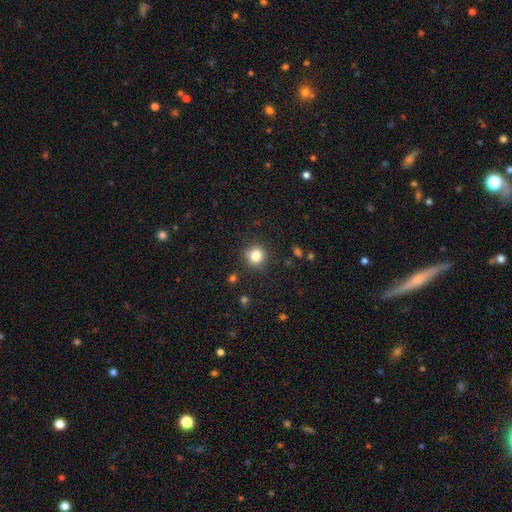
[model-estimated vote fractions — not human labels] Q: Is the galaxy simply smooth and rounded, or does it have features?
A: smooth — 82%.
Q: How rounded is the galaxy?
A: round — 92%.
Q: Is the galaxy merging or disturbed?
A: none — 89%.